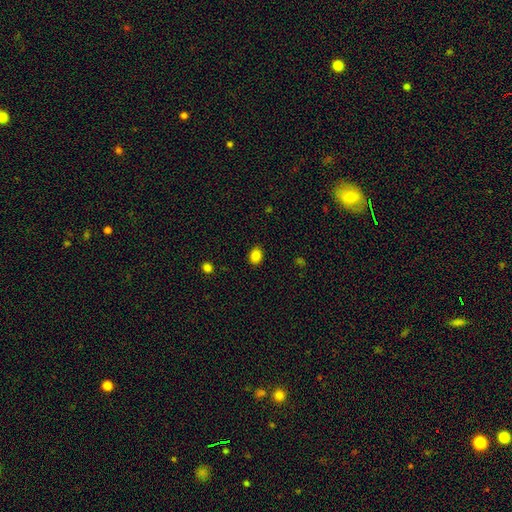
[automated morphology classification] A smooth galaxy with no disk features (85%) that is in between round and cigar-shaped (58%).

Vote fractions:
- Smooth or featured? smooth: 85% / star or artifact: 10% / featured or disk: 5%
- How rounded? in between: 58% / round: 41% / cigar-shaped: 1%
- Merging? none: 87% / minor disturbance: 10% / major disturbance: 2% / merger: 1%